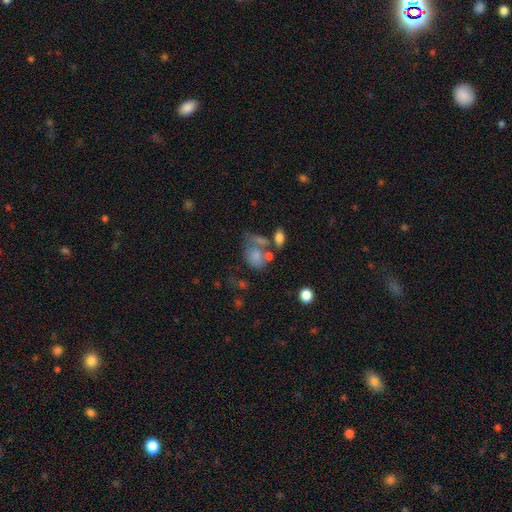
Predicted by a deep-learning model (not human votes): smooth_or_featured: smooth (p=0.66) [alt: featured or disk p=0.22]
how_rounded: in between (p=0.71) [alt: round p=0.27]
merging: merger (p=0.30) [alt: none p=0.29]